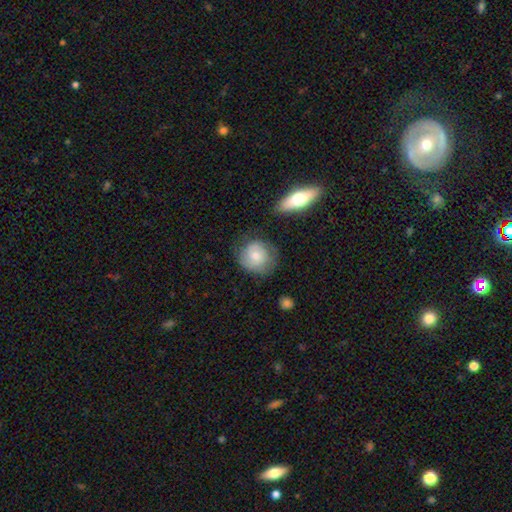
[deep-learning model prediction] Morphology: type=smooth (64%); roundness=round (84%); merging=none (64%).